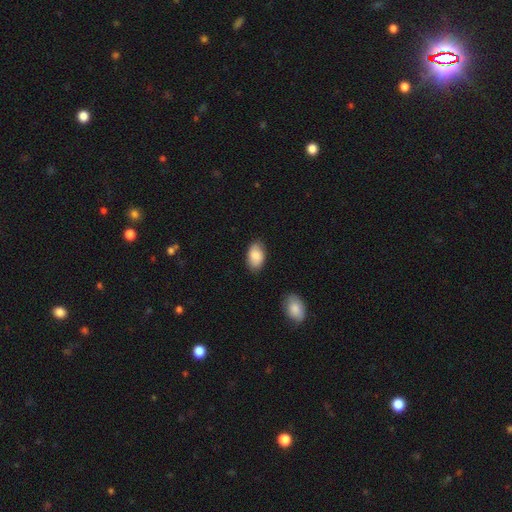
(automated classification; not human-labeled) Smooth or featured? Predicted: smooth (p=0.85). How rounded? Predicted: in between (p=0.92). Merging? Predicted: none (p=0.82).